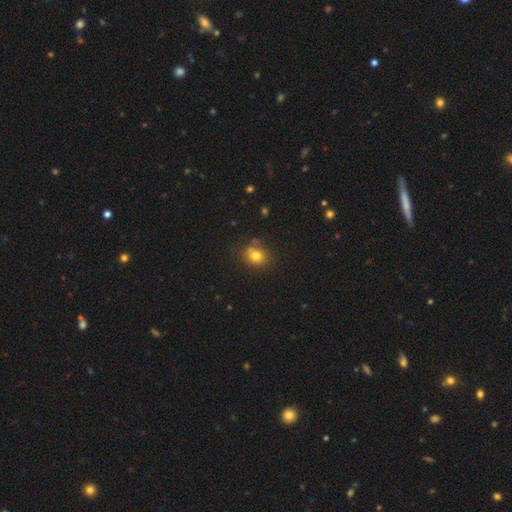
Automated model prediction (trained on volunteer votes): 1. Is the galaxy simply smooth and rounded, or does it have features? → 78% smooth, 13% star or artifact, 9% featured or disk.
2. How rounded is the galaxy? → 71% round, 28% in between, 1% cigar-shaped.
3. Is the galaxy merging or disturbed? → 76% none, 14% minor disturbance, 6% merger, 4% major disturbance.